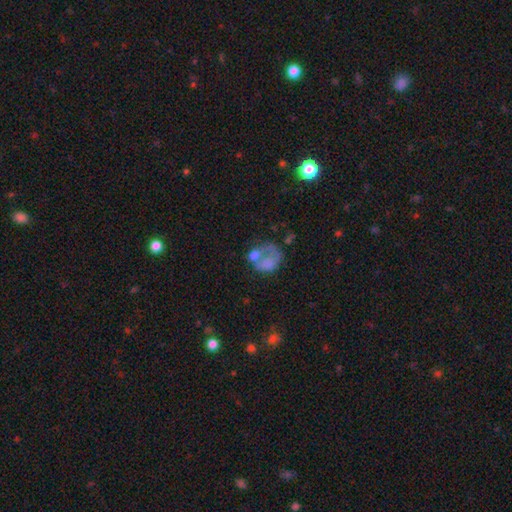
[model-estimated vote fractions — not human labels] Morphology: type=smooth (47%); merging=major disturbance (32%).